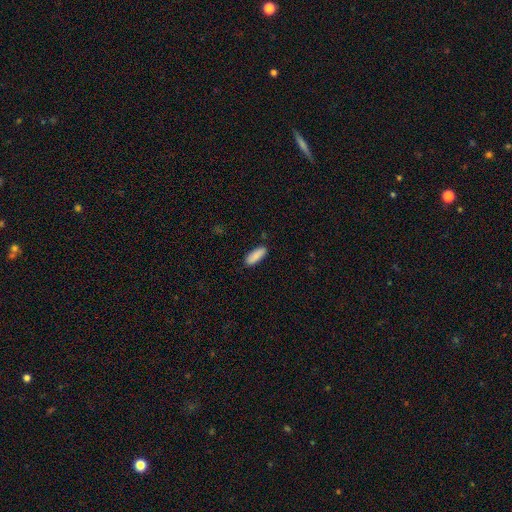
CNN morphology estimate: A smooth galaxy with no disk features (89%) that is in between round and cigar-shaped (64%). Merging: none (87%).